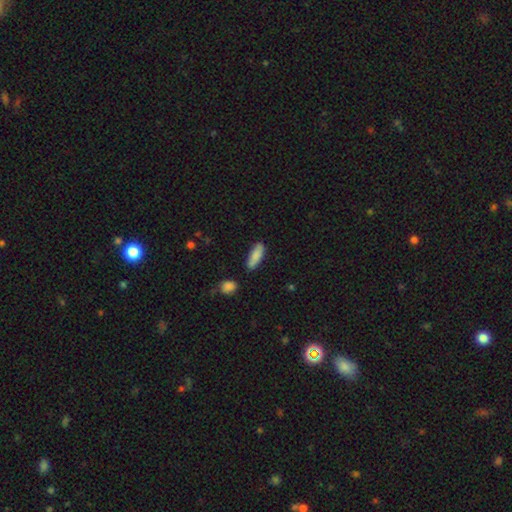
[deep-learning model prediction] The model was most divided on "how rounded": in between: 57%, cigar-shaped: 41%, round: 2%. More confident: smooth or featured — smooth (85%); merging — none (79%).